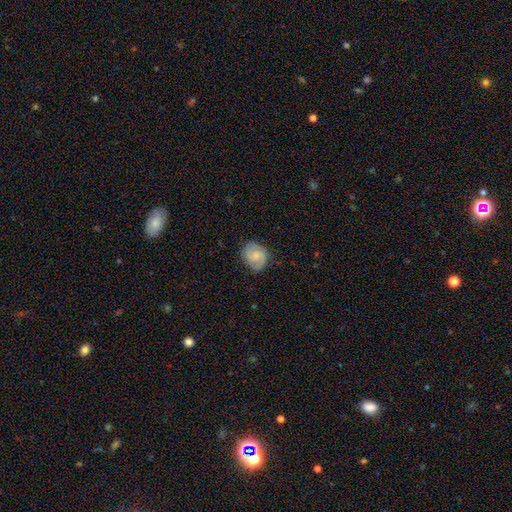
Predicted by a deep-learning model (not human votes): Smooth or featured?
  - featured or disk: 59% *
  - smooth: 34%
  - star or artifact: 7%
Edge-on disk?
  - no: 98% *
  - yes: 2%
Bar?
  - no: 53% *
  - weak: 41%
  - strong: 6%
Spiral arms?
  - yes: 92% *
  - no: 8%
Spiral winding?
  - medium: 47% *
  - tight: 38%
  - loose: 15%
Spiral arm count?
  - 2: 82% *
  - can't tell: 9%
  - 3: 3%
  - 1: 3%
  - 4: 1%
  - more than 4: 1%
Bulge size?
  - small: 41% *
  - moderate: 40%
  - none: 14%
  - large: 4%
  - dominant: 1%
Merging?
  - none: 77% *
  - minor disturbance: 18%
  - major disturbance: 5%
  - merger: 1%